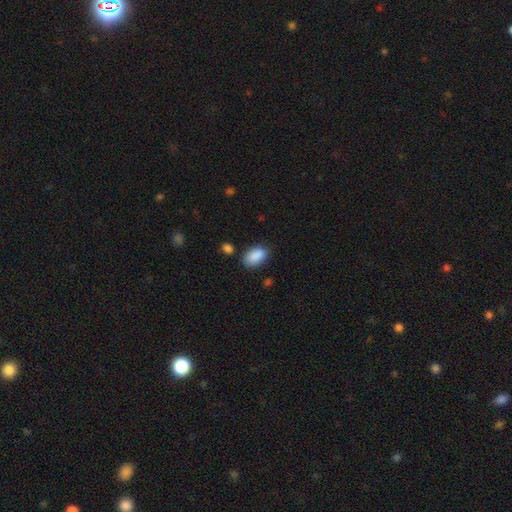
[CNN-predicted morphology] Overall: smooth (89%). How rounded: in between (92%). Merging: none (78%).